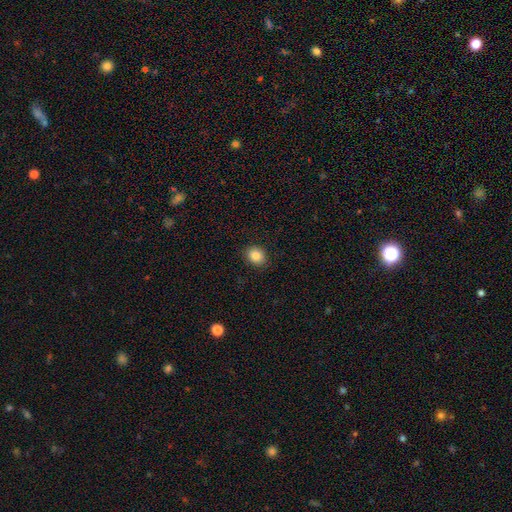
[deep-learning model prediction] The model was most divided on "how rounded": round: 61%, in between: 38%, cigar-shaped: 1%. More confident: merging — none (89%); smooth or featured — smooth (86%).